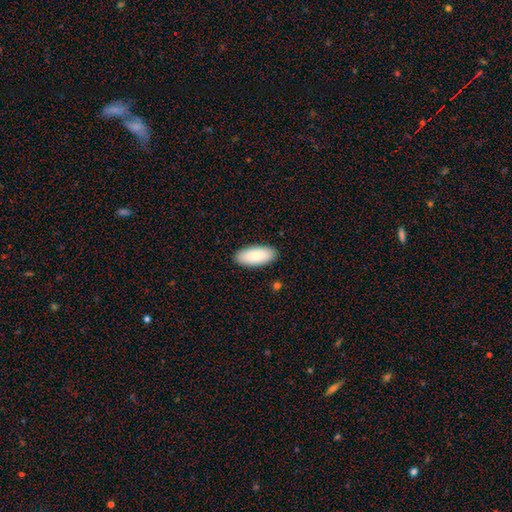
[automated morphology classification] type=smooth (85%); roundness=in between (88%); merging=none (90%).